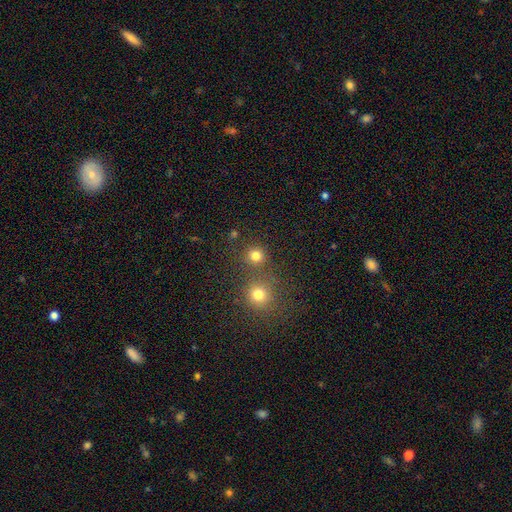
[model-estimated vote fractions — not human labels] Overall: smooth (78%). How rounded: round (92%). Merging: none (76%).